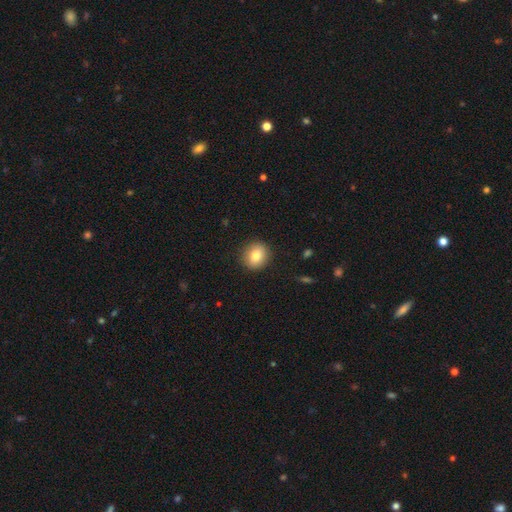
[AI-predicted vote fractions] A smooth galaxy with no disk features (81%) that is round (84%). Merging: none (90%).